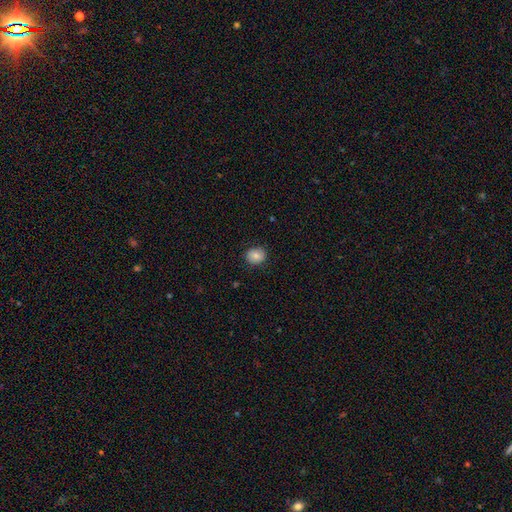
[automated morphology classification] smooth 81%, featured or disk 10%, star or artifact 9%. Down the decision tree: how rounded — round (68%); merging — none (86%).